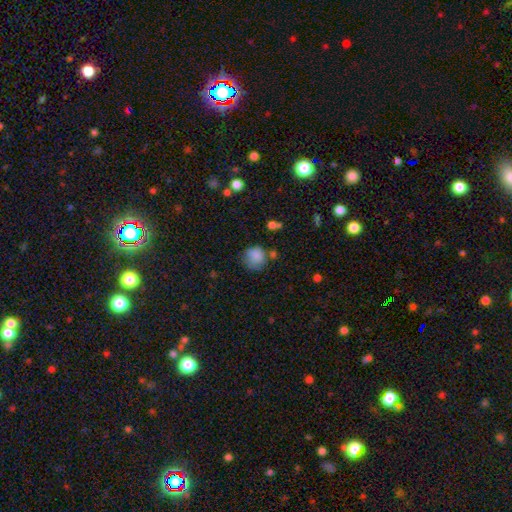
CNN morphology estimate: A smooth galaxy with no disk features (82%) that is round (79%).

Vote fractions:
- Smooth or featured? smooth: 82% / star or artifact: 10% / featured or disk: 8%
- How rounded? round: 79% / in between: 20% / cigar-shaped: 1%
- Merging? none: 57% / minor disturbance: 27% / major disturbance: 11% / merger: 5%